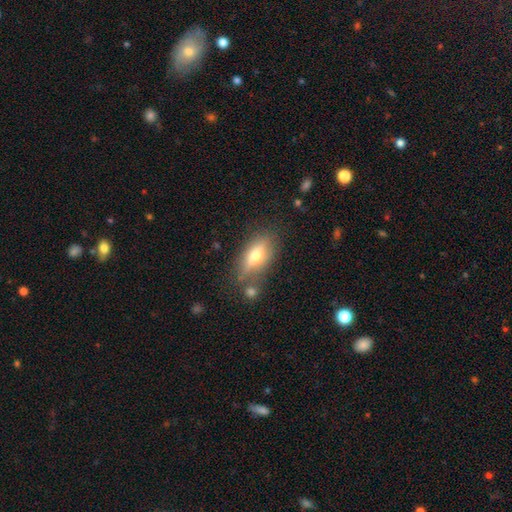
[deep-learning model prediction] Q: Smooth or featured?
A: smooth (56%); runner-up: featured or disk (36%)
Q: How rounded?
A: in between (68%); runner-up: cigar-shaped (28%)
Q: Merging?
A: none (70%); runner-up: minor disturbance (17%)